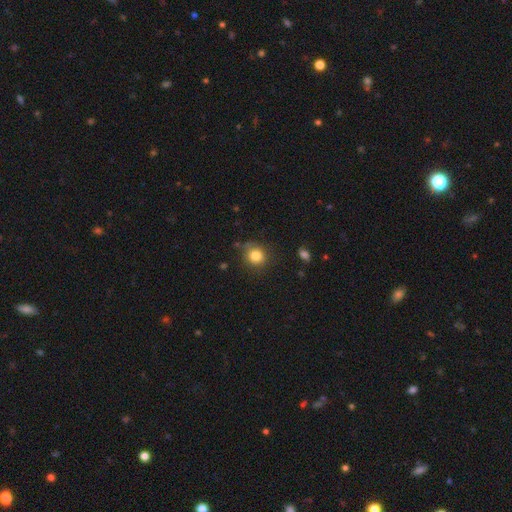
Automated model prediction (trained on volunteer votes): Q: Smooth or featured?
A: smooth (81%); runner-up: star or artifact (11%)
Q: How rounded?
A: round (86%); runner-up: in between (13%)
Q: Merging?
A: none (74%); runner-up: minor disturbance (18%)